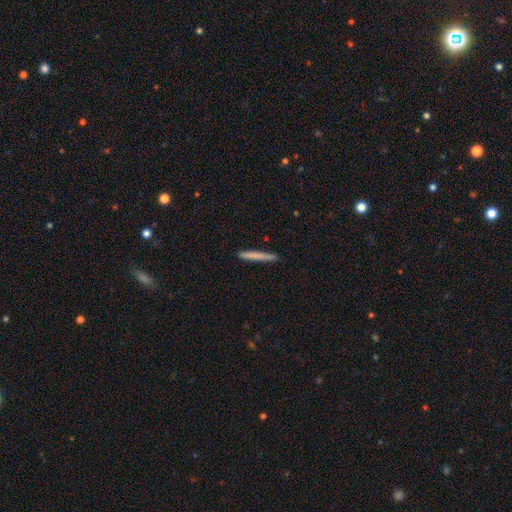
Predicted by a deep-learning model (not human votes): This is likely a smooth galaxy (75%). How rounded: clearly cigar-shaped (97%). Merging: clearly none (91%).